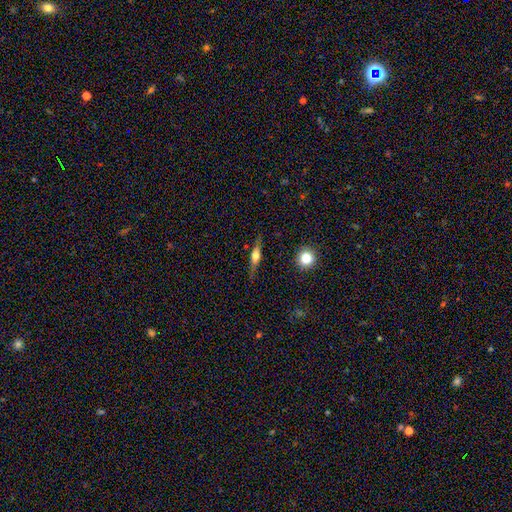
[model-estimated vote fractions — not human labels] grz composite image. It shows a featured or disk galaxy (52%) viewed edge-on (90%). Merging: none (80%).